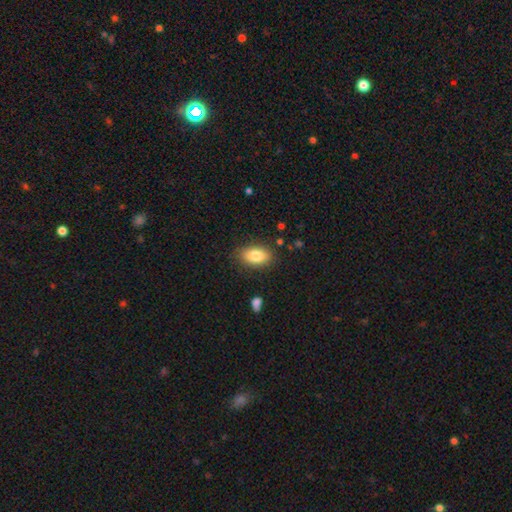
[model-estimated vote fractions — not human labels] Overall: smooth (82%). How rounded: in between (91%). Merging: none (83%).